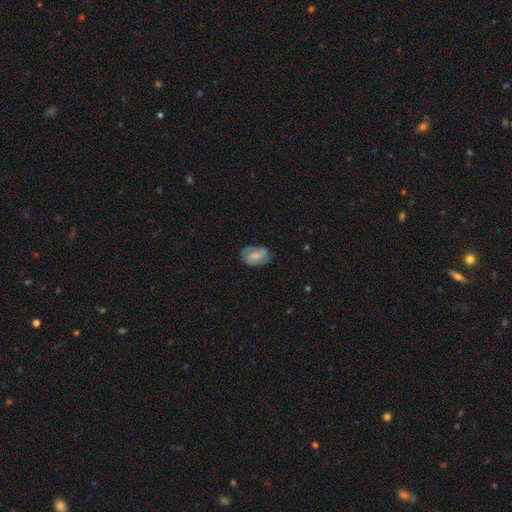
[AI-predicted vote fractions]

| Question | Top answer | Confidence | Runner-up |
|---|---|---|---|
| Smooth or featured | featured or disk | 53% | smooth (39%) |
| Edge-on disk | no | 96% | yes (4%) |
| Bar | weak | 45% | no (38%) |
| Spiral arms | yes | 86% | no (14%) |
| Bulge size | small | 33% | none (29%) |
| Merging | none | 70% | minor disturbance (22%) |